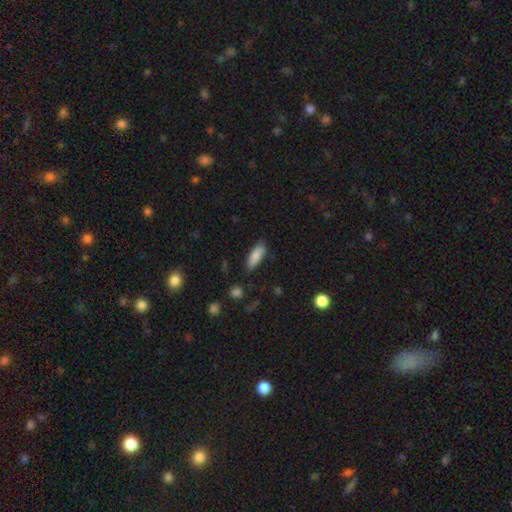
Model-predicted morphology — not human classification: Smooth or featured: smooth — 86% (featured or disk — 8%)
How rounded: in between — 63% (cigar-shaped — 35%)
Merging: none — 78% (minor disturbance — 16%)